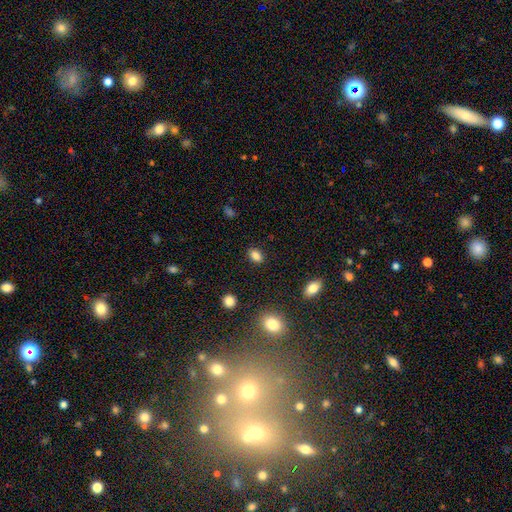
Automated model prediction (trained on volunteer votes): smooth_or_featured: smooth (p=0.84) [alt: star or artifact p=0.11]
how_rounded: in between (p=0.78) [alt: round p=0.20]
merging: none (p=0.87) [alt: minor disturbance p=0.09]